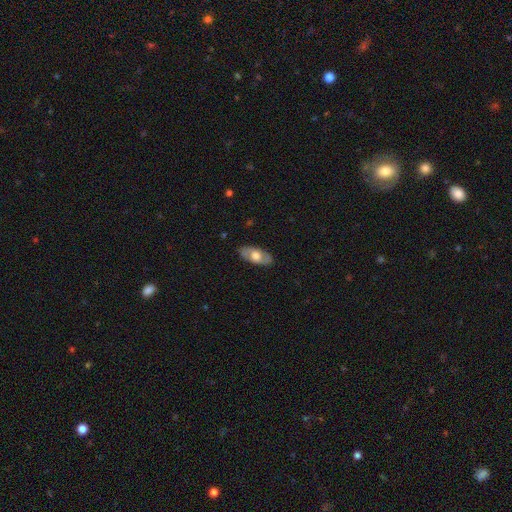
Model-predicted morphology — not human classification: Smooth or featured?
  - smooth: 51% *
  - featured or disk: 44%
  - star or artifact: 5%
How rounded?
  - in between: 88% *
  - cigar-shaped: 8%
  - round: 4%
Merging?
  - none: 85% *
  - minor disturbance: 11%
  - major disturbance: 3%
  - merger: 1%